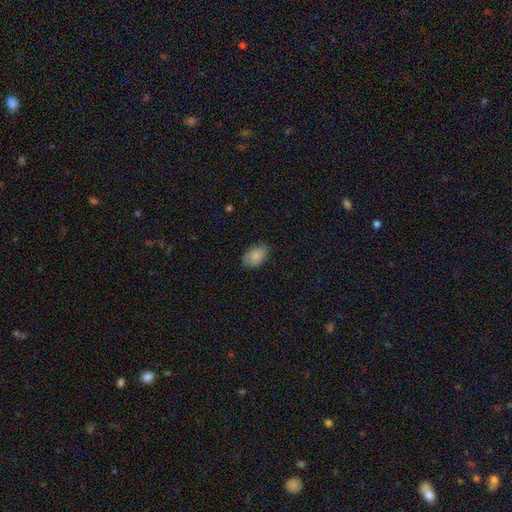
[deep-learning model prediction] Overall: smooth (84%). How rounded: in between (90%). Merging: none (79%).